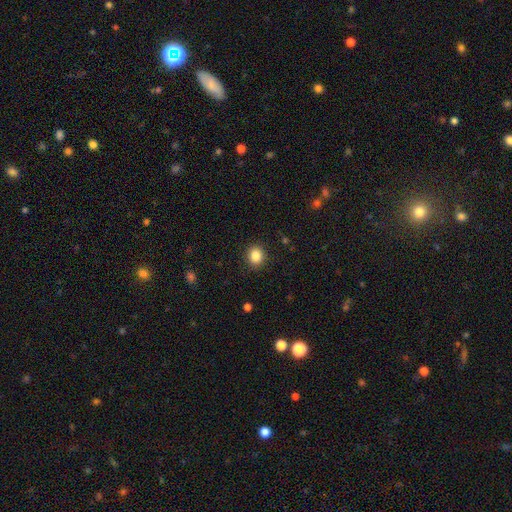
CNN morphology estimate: A smooth galaxy with no disk features (86%) that is round (66%).

Vote fractions:
- Smooth or featured? smooth: 86% / star or artifact: 10% / featured or disk: 4%
- How rounded? round: 66% / in between: 33% / cigar-shaped: 1%
- Merging? none: 89% / minor disturbance: 7% / major disturbance: 2% / merger: 1%